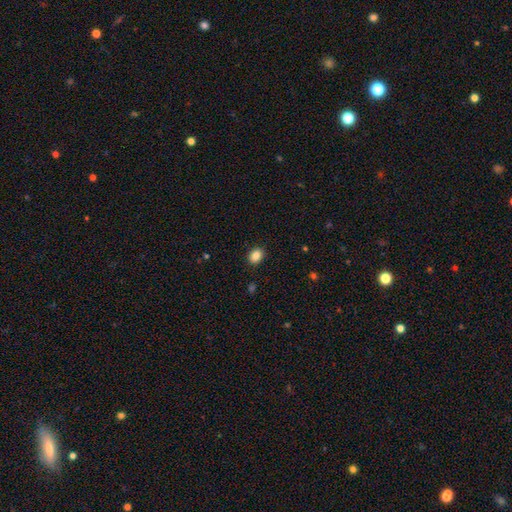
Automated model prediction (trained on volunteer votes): Smooth or featured? Predicted: smooth (p=0.87). How rounded? Predicted: in between (p=0.60). Merging? Predicted: none (p=0.90).